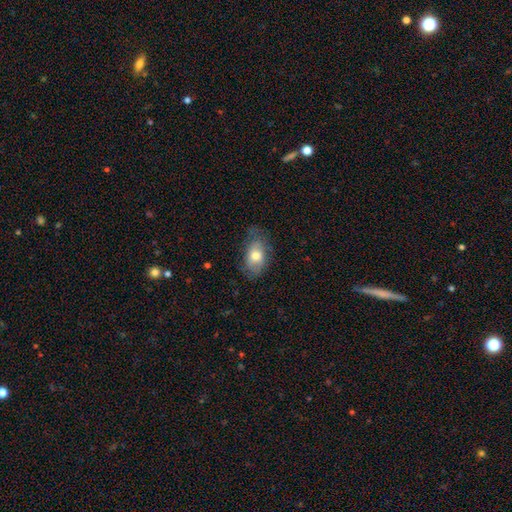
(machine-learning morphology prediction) Smooth or featured? smooth (68%)
How rounded? in between (89%)
Merging? none (63%)